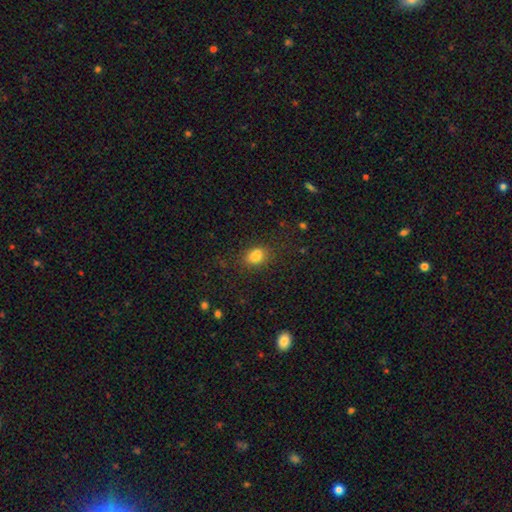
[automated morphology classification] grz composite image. It shows a smooth galaxy with no disk features (81%) that is in between round and cigar-shaped (70%). Merging: none (71%).